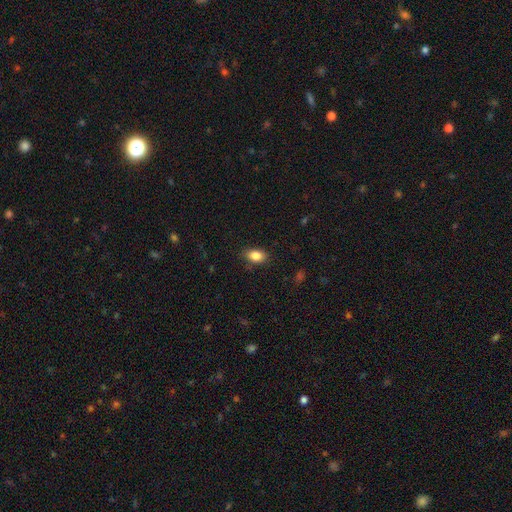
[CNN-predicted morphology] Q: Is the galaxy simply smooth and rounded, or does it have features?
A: smooth — 86%.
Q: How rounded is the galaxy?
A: in between — 86%.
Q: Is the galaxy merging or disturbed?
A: none — 84%.